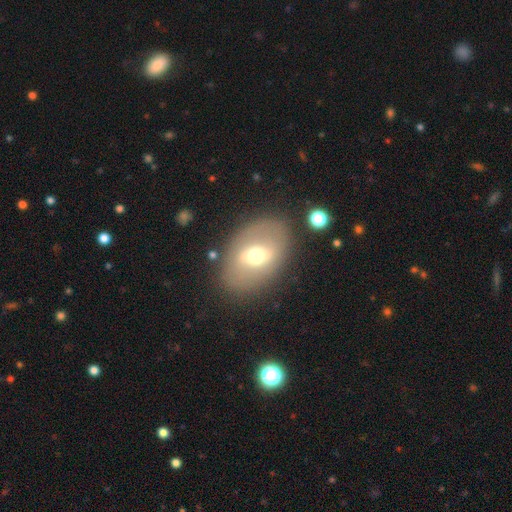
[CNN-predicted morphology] Smooth or featured? Predicted: smooth (p=0.47). Merging? Predicted: none (p=0.82).